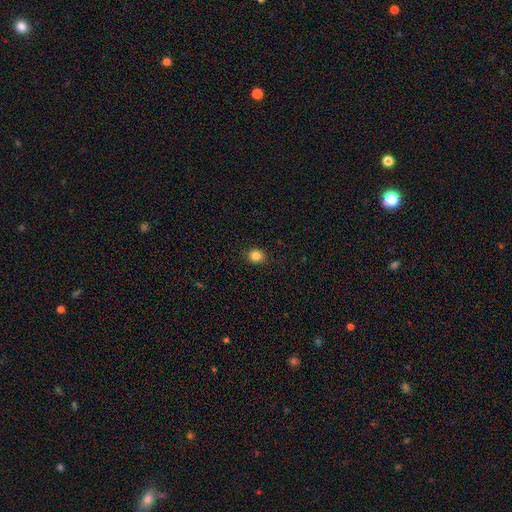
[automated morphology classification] This is clearly a smooth galaxy (85%). How rounded: likely round (79%). Merging: clearly none (90%).